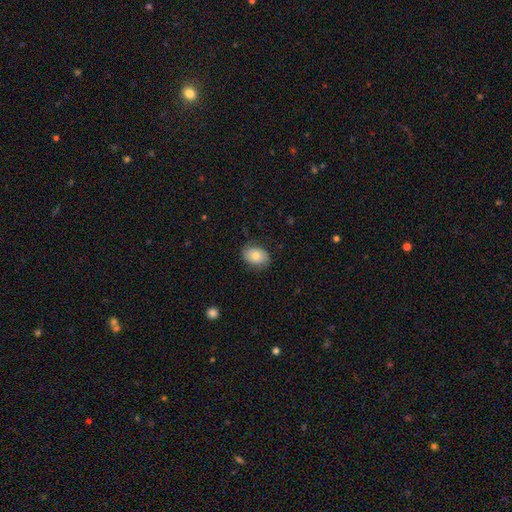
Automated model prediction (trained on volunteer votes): Smooth or featured? Predicted: smooth (p=0.77). How rounded? Predicted: in between (p=0.75). Merging? Predicted: none (p=0.80).